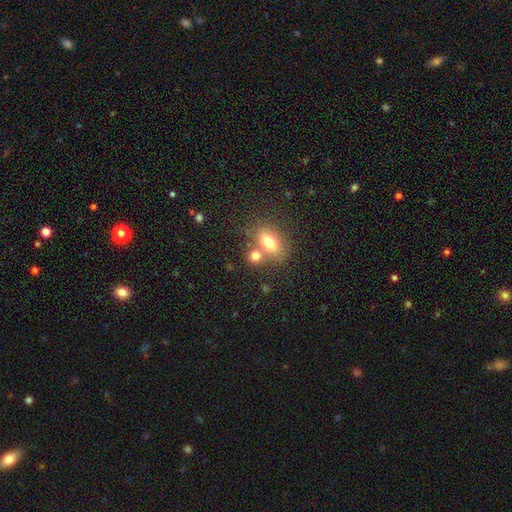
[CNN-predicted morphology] Smooth or featured?
  - smooth: 76% *
  - featured or disk: 13%
  - star or artifact: 10%
How rounded?
  - in between: 56% *
  - round: 41%
  - cigar-shaped: 3%
Merging?
  - none: 46% *
  - merger: 40%
  - minor disturbance: 9%
  - major disturbance: 4%